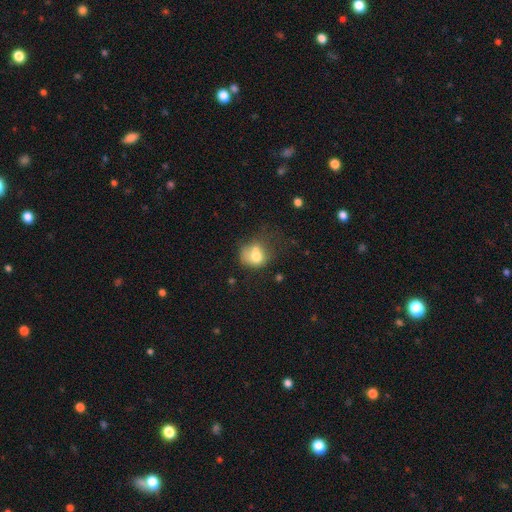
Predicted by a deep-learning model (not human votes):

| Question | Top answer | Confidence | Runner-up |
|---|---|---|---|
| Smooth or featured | smooth | 68% | featured or disk (22%) |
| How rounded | round | 57% | in between (42%) |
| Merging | merger | 33% | none (29%) |